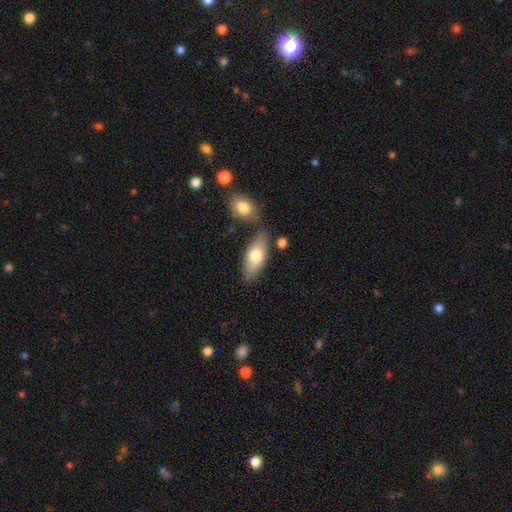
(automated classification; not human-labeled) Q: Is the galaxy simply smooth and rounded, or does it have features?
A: smooth — 72%.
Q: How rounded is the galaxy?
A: in between — 83%.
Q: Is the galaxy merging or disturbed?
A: none — 71%.